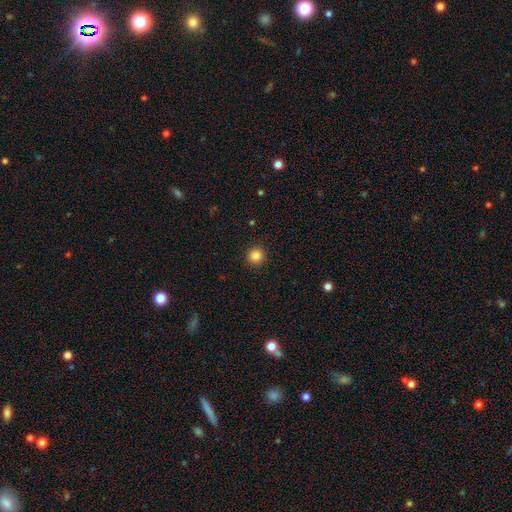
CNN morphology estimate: Smooth or featured: smooth — 85% (star or artifact — 11%)
How rounded: round — 93% (in between — 6%)
Merging: none — 92% (minor disturbance — 5%)